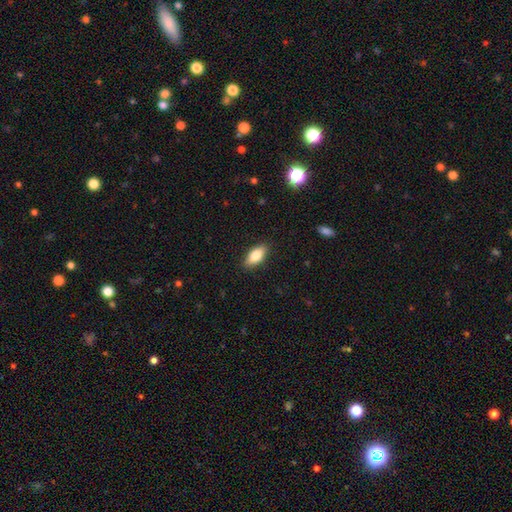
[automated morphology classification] Overall: smooth (79%). How rounded: in between (86%). Merging: none (88%).